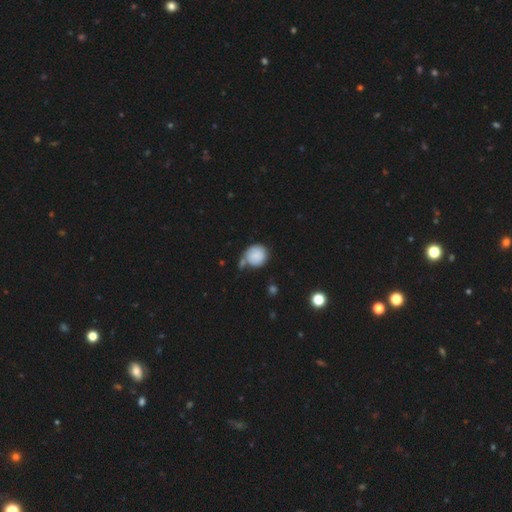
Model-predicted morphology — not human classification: smooth_or_featured: smooth (p=0.80) [alt: featured or disk p=0.13]
how_rounded: round (p=0.86) [alt: in between p=0.13]
merging: none (p=0.51) [alt: minor disturbance p=0.23]